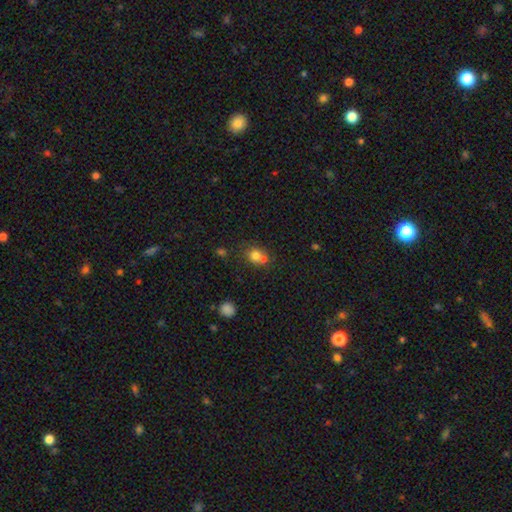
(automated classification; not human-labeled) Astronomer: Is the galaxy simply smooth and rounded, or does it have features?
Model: smooth — 75%.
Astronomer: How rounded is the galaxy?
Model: round — 77%.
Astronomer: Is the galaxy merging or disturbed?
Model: merger — 45% (runner-up: none, 44%).